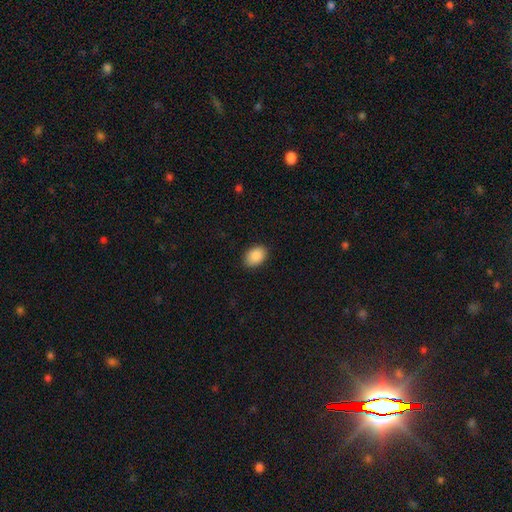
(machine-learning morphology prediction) smooth 89%, star or artifact 7%, featured or disk 4%. Down the decision tree: how rounded — in between (82%); merging — none (88%).